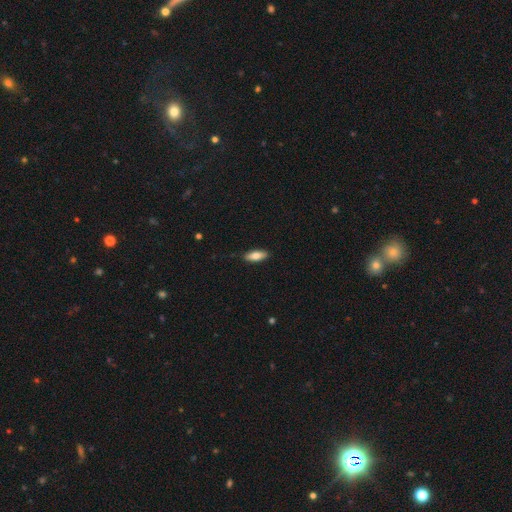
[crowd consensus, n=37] smooth-or-featured: smooth: 76% | featured or disk: 16% | star or artifact: 8%
  how-rounded: in between: 68% | cigar-shaped: 29% | round: 4%
  merging: none: 76% | minor disturbance: 12% | major disturbance: 9% | merger: 3%